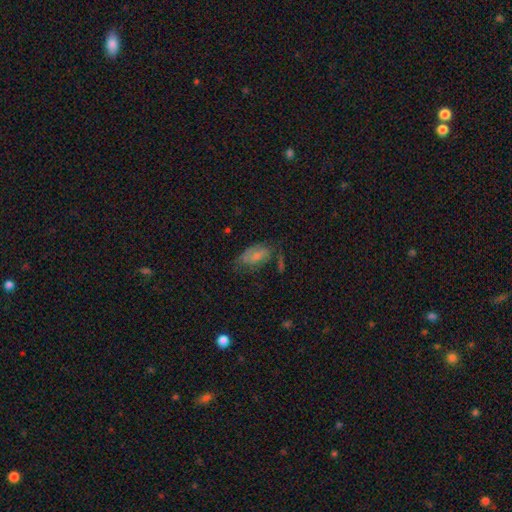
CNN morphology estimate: This is possibly a smooth galaxy (56%). How rounded: clearly in between (90%). Merging: possibly none (48%).